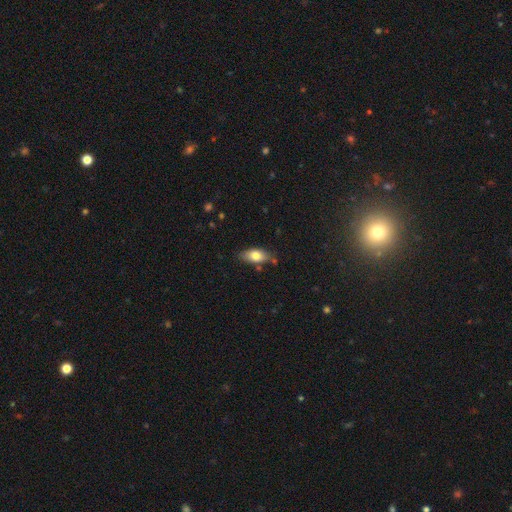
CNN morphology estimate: Overall: smooth (78%). How rounded: in between (87%). Merging: none (72%).